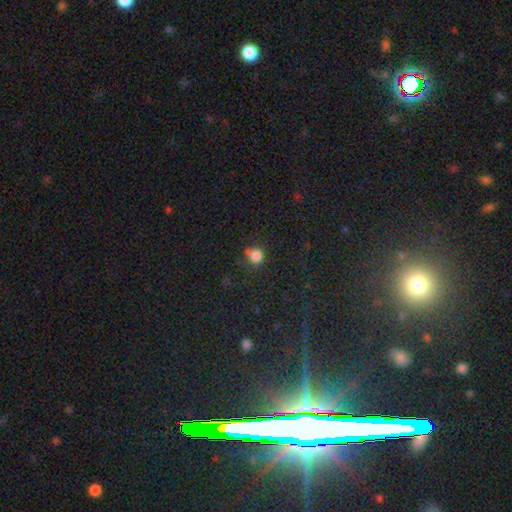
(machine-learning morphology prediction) Smooth or featured? smooth (81%)
How rounded? round (87%)
Merging? none (65%)